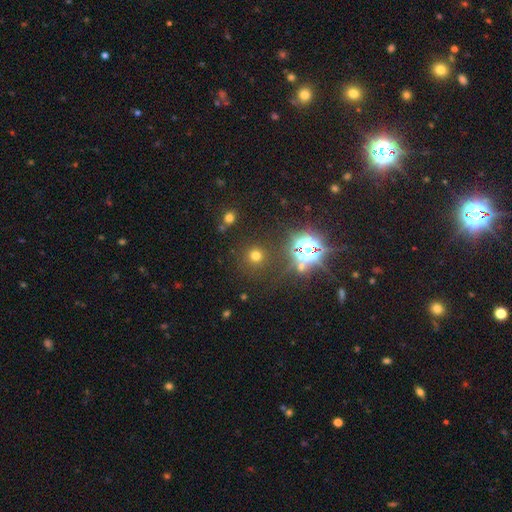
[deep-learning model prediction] This appears to be a smooth galaxy with no disk features (59%) that is round (92%). Merging: none (86%).